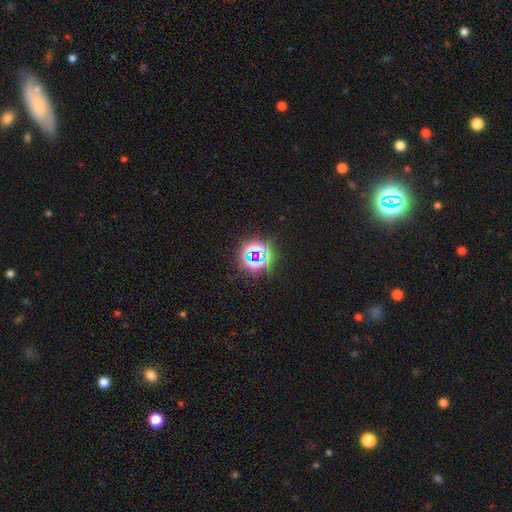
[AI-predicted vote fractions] This is likely a star or artifact rather than a galaxy (73%).